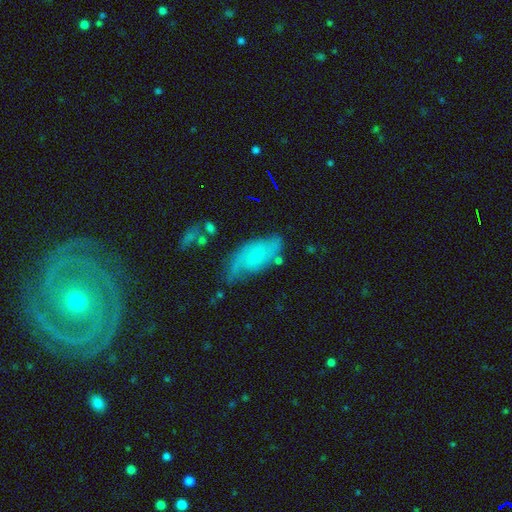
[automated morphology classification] type=featured or disk (47%); merging=none (54%).